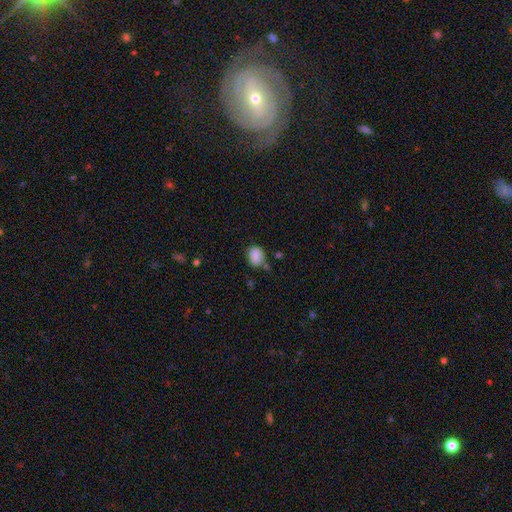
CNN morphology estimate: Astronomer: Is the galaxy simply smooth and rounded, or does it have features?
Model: smooth — 82%.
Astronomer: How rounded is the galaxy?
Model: in between — 62%.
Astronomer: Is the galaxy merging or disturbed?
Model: none — 62%.